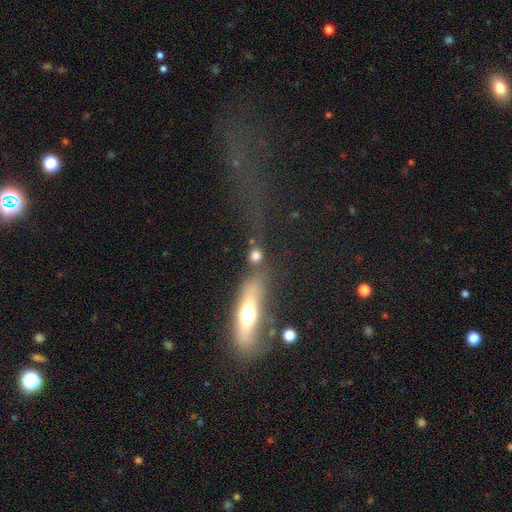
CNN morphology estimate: smooth_or_featured: smooth (p=0.73) [alt: star or artifact p=0.15]
how_rounded: round (p=0.72) [alt: in between p=0.21]
merging: none (p=0.55) [alt: merger p=0.23]